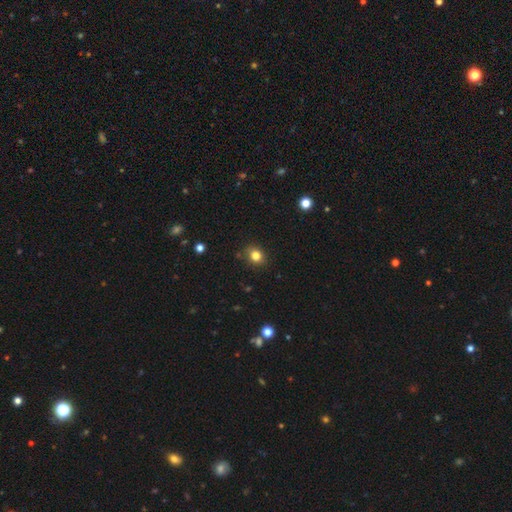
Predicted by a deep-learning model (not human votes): A smooth galaxy with no disk features (82%) that is round (61%).

Vote fractions:
- Smooth or featured? smooth: 82% / star or artifact: 12% / featured or disk: 6%
- How rounded? round: 61% / in between: 38% / cigar-shaped: 1%
- Merging? none: 86% / minor disturbance: 10% / major disturbance: 2% / merger: 2%